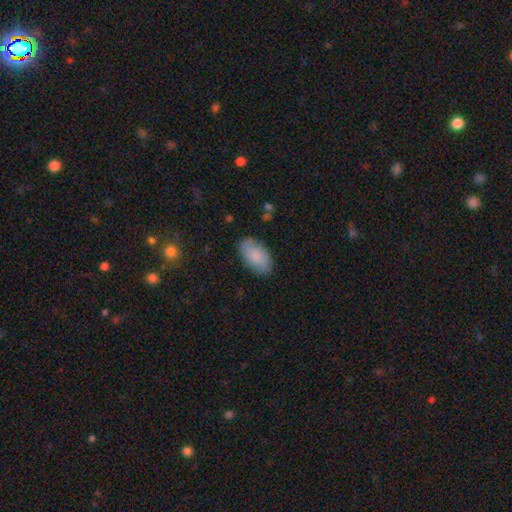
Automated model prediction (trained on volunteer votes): Smooth or featured? Predicted: smooth (p=0.80). How rounded? Predicted: in between (p=0.95). Merging? Predicted: none (p=0.82).